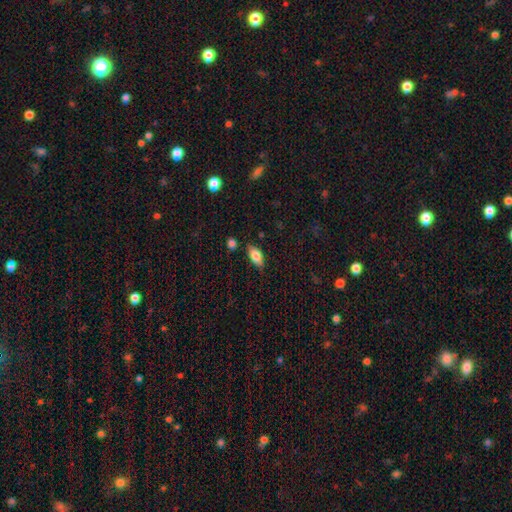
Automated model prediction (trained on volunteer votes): This is likely a smooth galaxy (80%). How rounded: clearly in between (89%). Merging: clearly none (80%).